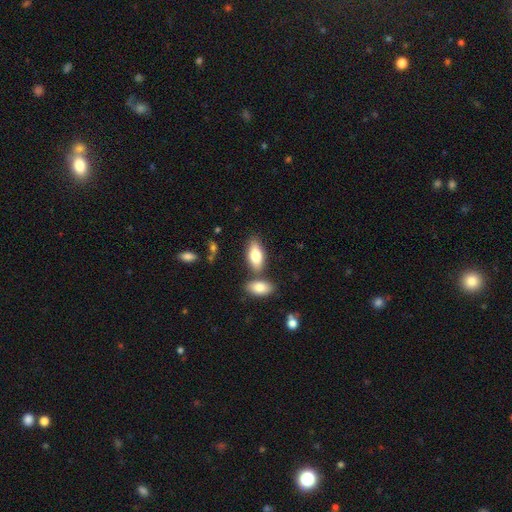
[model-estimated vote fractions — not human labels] This is likely a smooth galaxy (78%). How rounded: clearly in between (85%). Merging: likely none (65%).